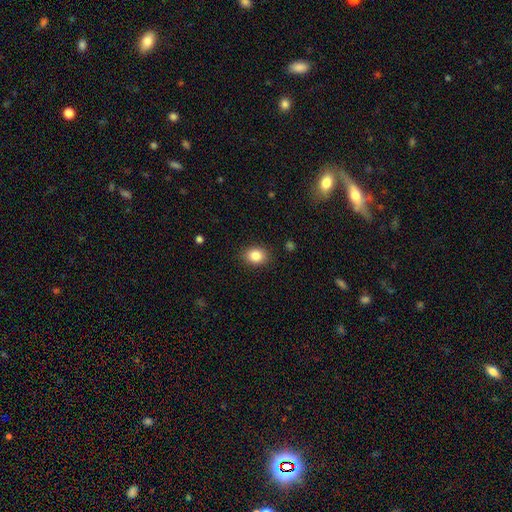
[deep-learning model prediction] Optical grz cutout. It shows a smooth galaxy with no disk features (85%) that is in between round and cigar-shaped (54%). Merging: none (88%).